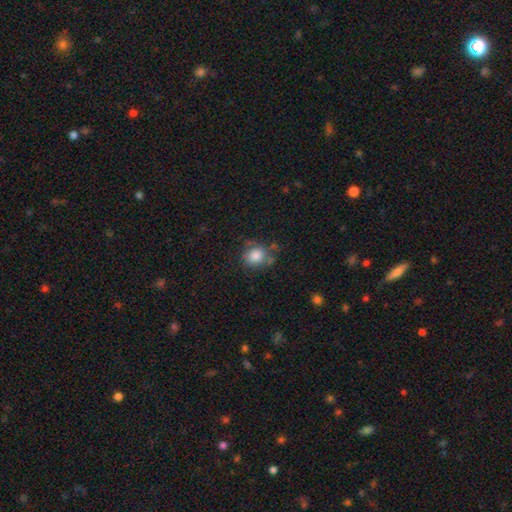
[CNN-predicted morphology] Smooth or featured? smooth (81%)
How rounded? round (78%)
Merging? none (62%)